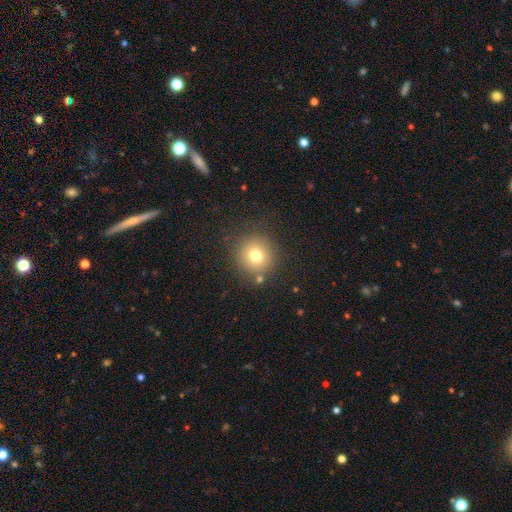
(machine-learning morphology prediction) type=smooth (74%); roundness=round (93%); merging=none (83%).